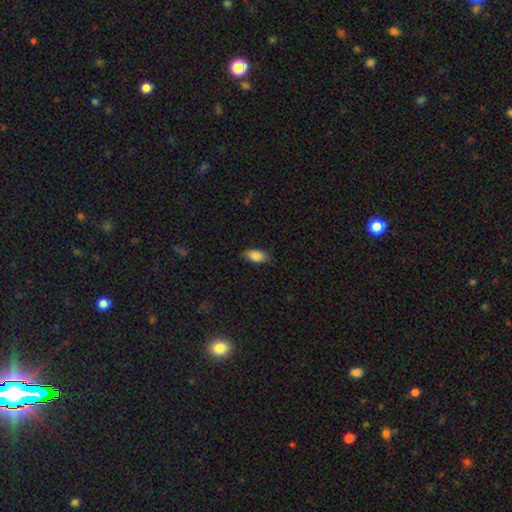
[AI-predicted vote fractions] smooth-or-featured: smooth: 87% | star or artifact: 7% | featured or disk: 6%
  how-rounded: in between: 91% | cigar-shaped: 6% | round: 4%
  merging: none: 79% | minor disturbance: 17% | major disturbance: 3% | merger: 1%